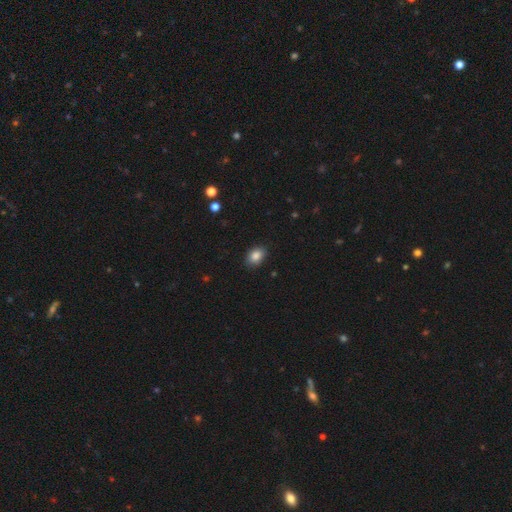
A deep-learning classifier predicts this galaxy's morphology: This is clearly a smooth galaxy (86%). How rounded: likely in between (79%). Merging: clearly none (87%).